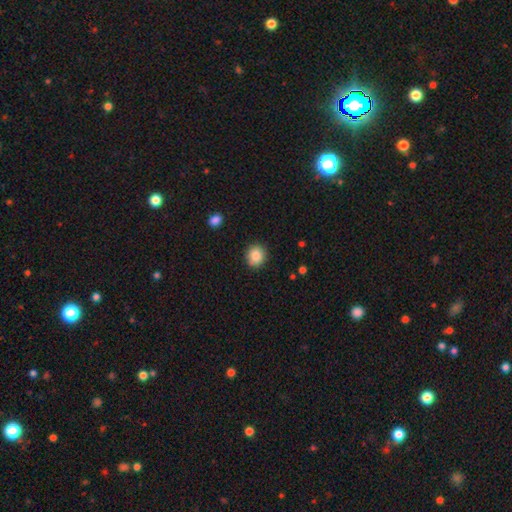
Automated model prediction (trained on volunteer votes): The model was most divided on "how rounded": round: 83%, in between: 16%, cigar-shaped: 1%. More confident: merging — none (87%); smooth or featured — smooth (86%).